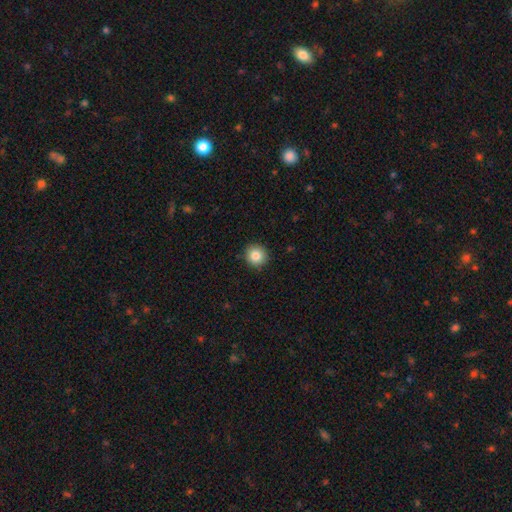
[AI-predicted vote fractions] This is clearly a smooth galaxy (85%). How rounded: clearly round (92%). Merging: clearly none (91%).